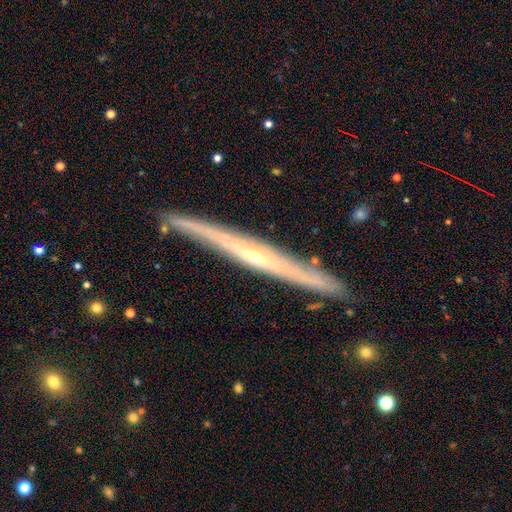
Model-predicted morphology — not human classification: Smooth or featured? Predicted: featured or disk (p=0.80). Edge-on disk? Predicted: yes (p=0.95). Edge-on bulge? Predicted: rounded (p=0.53). Merging? Predicted: none (p=0.86).